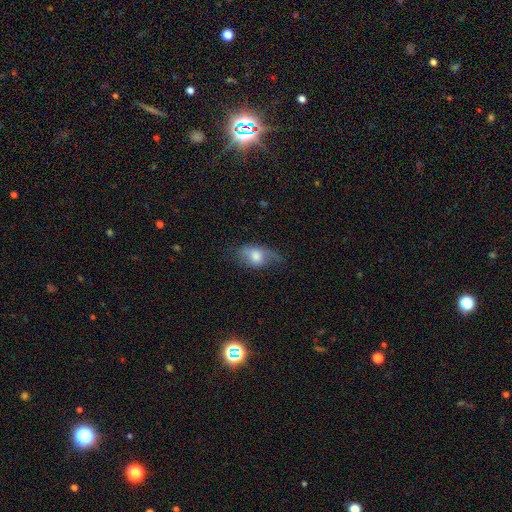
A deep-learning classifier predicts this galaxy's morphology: A smooth galaxy with no disk features (62%) that is in between round and cigar-shaped (87%).

Vote fractions:
- Smooth or featured? smooth: 62% / featured or disk: 30% / star or artifact: 8%
- How rounded? in between: 87% / round: 9% / cigar-shaped: 3%
- Merging? none: 44% / minor disturbance: 35% / major disturbance: 19% / merger: 2%